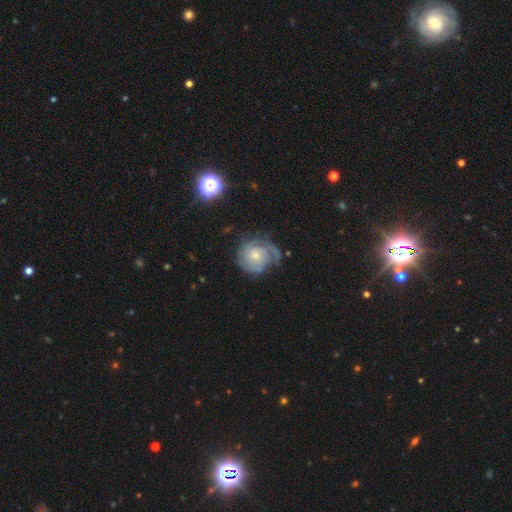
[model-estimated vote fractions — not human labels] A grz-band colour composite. It shows a featured or disk galaxy (78%) with no bar (77%), 2 (30%) tight (60%) spiral arms (93%) and a small central bulge (61%). Merging: none (59%).